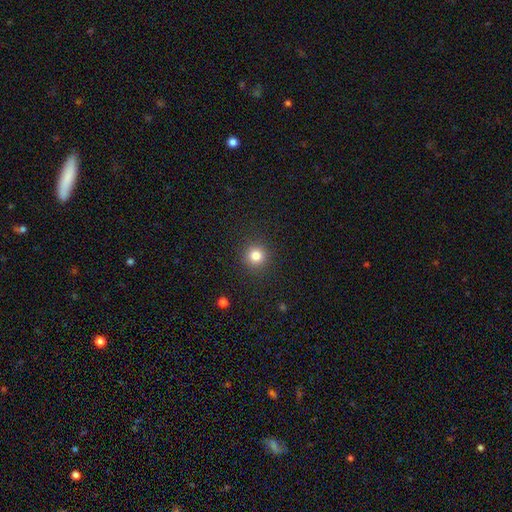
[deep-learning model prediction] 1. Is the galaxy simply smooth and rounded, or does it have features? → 82% smooth, 12% star or artifact, 6% featured or disk.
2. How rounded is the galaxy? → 94% round, 5% in between, 1% cigar-shaped.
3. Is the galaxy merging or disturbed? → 91% none, 6% minor disturbance, 2% major disturbance, 1% merger.